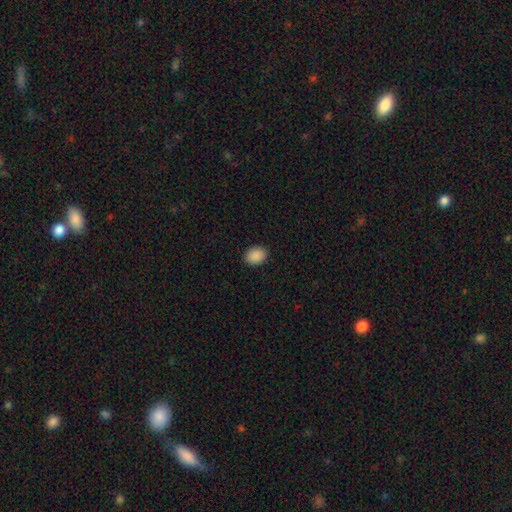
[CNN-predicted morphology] The model was most divided on "how rounded": in between: 66%, round: 33%, cigar-shaped: 1%. More confident: merging — none (90%); smooth or featured — smooth (90%).